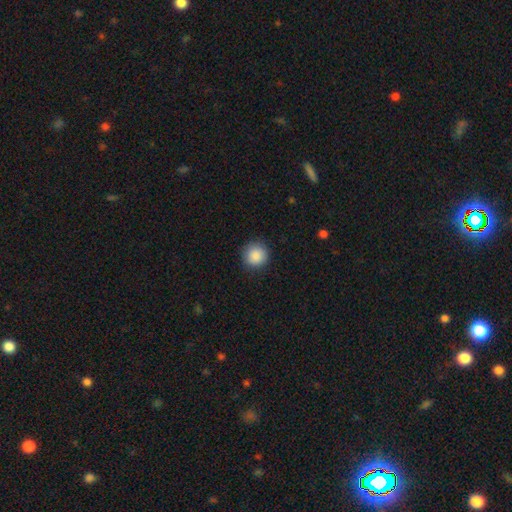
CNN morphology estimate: type=smooth (89%); roundness=round (94%); merging=none (89%).